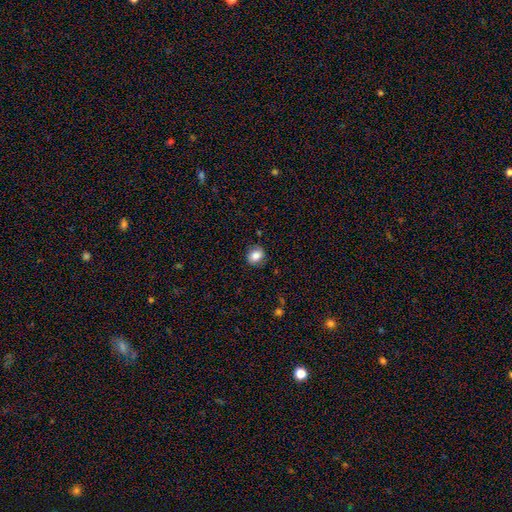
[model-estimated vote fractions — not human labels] The model was most divided on "how rounded": round: 54%, in between: 45%, cigar-shaped: 1%. More confident: merging — none (81%); smooth or featured — smooth (80%).